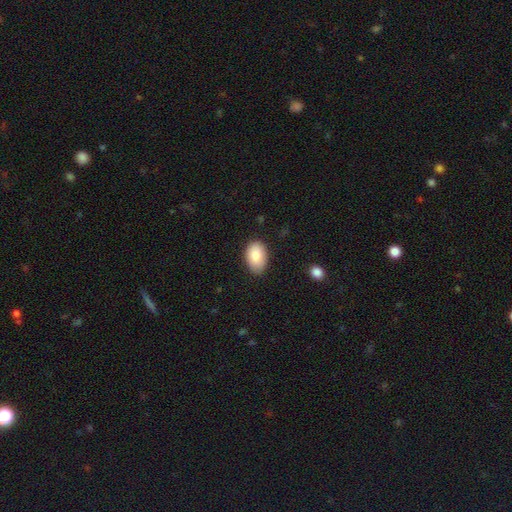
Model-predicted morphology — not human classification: The model was most divided on "merging": none: 82%, minor disturbance: 14%, major disturbance: 2%, merger: 1%. More confident: how rounded — in between (90%); smooth or featured — smooth (84%).